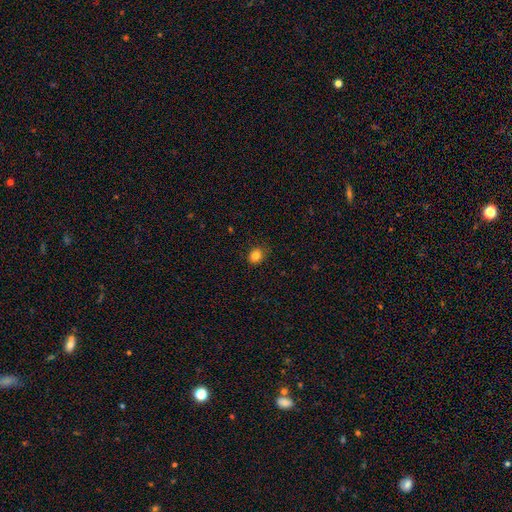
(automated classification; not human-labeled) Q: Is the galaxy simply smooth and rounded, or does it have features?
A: smooth — 83%.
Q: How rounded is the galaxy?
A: round — 62%.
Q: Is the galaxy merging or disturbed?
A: none — 83%.